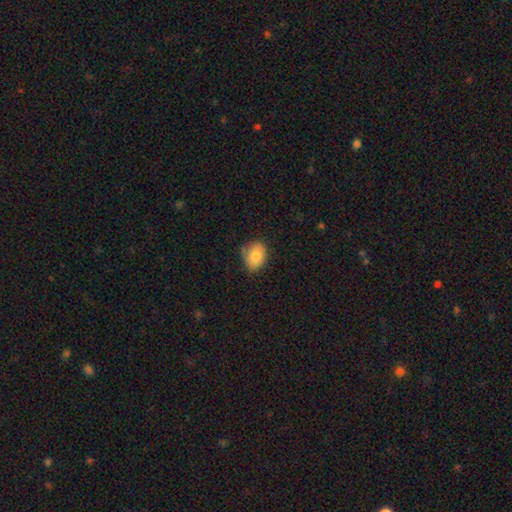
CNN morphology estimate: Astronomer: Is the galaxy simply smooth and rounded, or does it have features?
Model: smooth — 81%.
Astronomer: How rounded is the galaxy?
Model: in between — 65%.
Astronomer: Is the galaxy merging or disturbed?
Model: none — 63%.